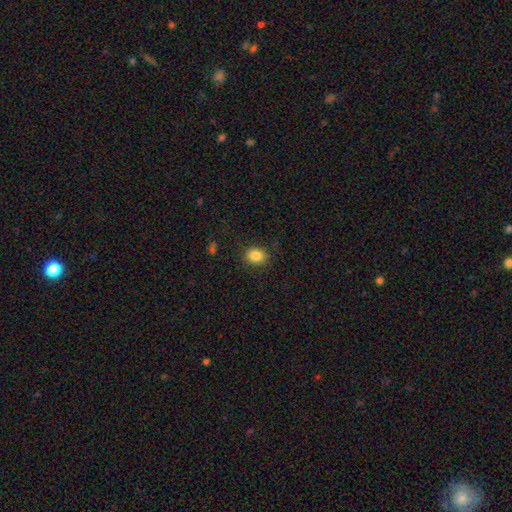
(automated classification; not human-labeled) smooth-or-featured: smooth: 85% | star or artifact: 10% | featured or disk: 5%
  how-rounded: round: 51% | in between: 48% | cigar-shaped: 1%
  merging: none: 85% | minor disturbance: 10% | major disturbance: 3% | merger: 1%